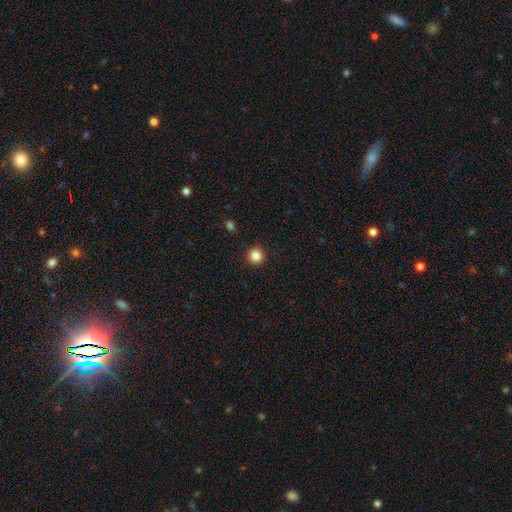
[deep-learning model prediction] Smooth or featured? smooth (85%)
How rounded? round (95%)
Merging? none (93%)